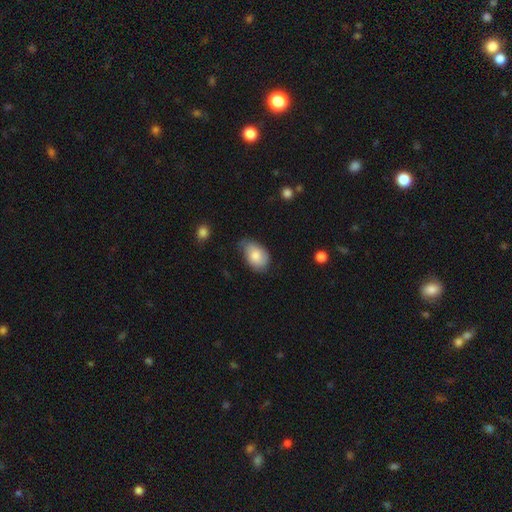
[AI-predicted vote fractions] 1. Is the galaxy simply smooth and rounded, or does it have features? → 81% smooth, 12% featured or disk, 7% star or artifact.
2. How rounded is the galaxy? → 86% in between, 13% round, 1% cigar-shaped.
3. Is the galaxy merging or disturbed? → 50% none, 40% minor disturbance, 8% major disturbance, 2% merger.